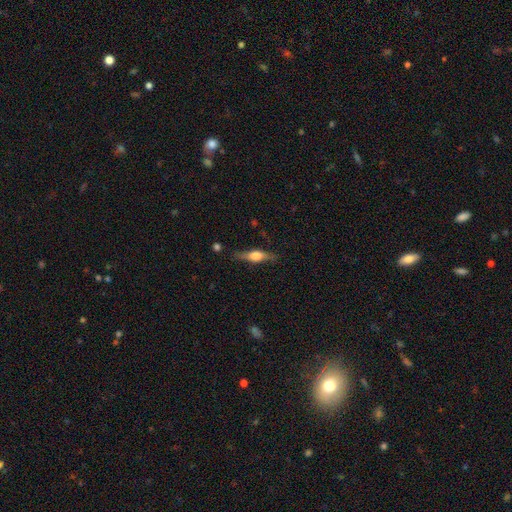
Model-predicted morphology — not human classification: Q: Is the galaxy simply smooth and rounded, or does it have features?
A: featured or disk — 60%.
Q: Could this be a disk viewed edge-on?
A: yes — 94%.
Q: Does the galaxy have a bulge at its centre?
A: rounded — 87%.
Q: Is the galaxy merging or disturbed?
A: none — 80%.